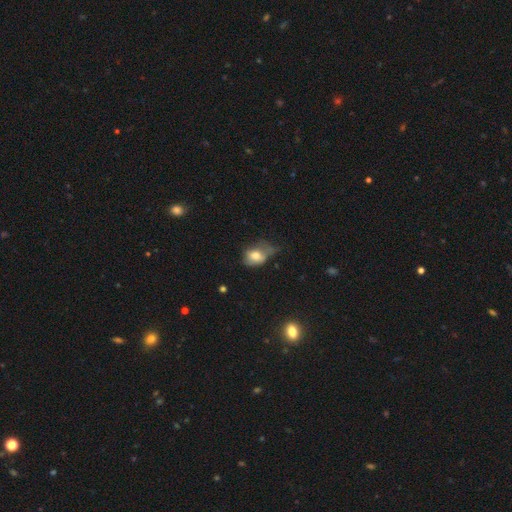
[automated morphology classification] The model was most divided on "merging": minor disturbance: 37%, major disturbance: 32%, none: 27%, merger: 4%. More confident: how rounded — in between (70%); smooth or featured — smooth (69%).